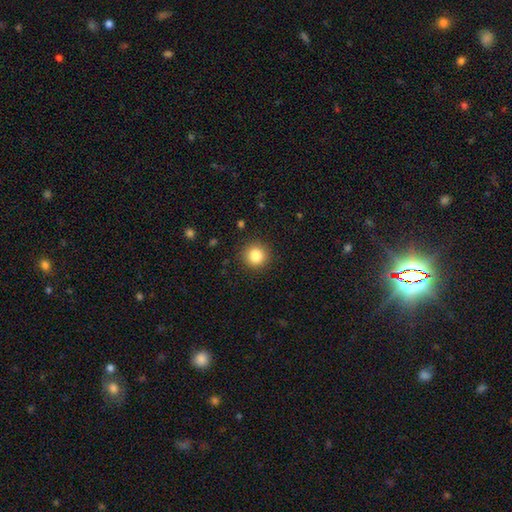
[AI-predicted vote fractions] smooth-or-featured: smooth: 85% | star or artifact: 10% | featured or disk: 5%
  how-rounded: round: 89% | in between: 10% | cigar-shaped: 1%
  merging: none: 88% | minor disturbance: 8% | major disturbance: 3% | merger: 1%